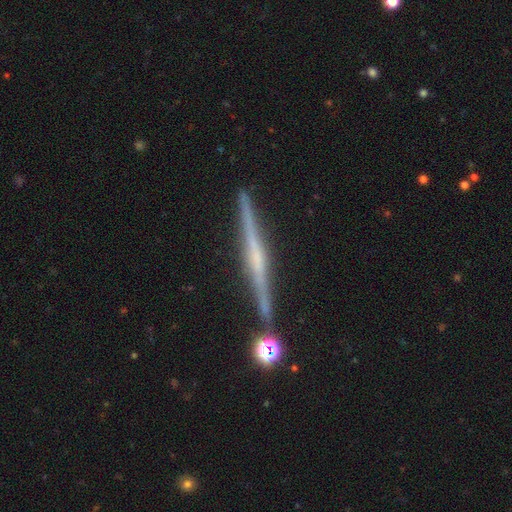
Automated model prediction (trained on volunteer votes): A featured or disk galaxy (80%) viewed edge-on (98%) with a rounded central bulge (43%).

Vote fractions:
- Smooth or featured? featured or disk: 80% / smooth: 14% / star or artifact: 7%
- Edge-on disk? yes: 98% / no: 2%
- Edge-on bulge? rounded: 43% / none: 41% / boxy: 16%
- Merging? none: 87% / minor disturbance: 7% / merger: 4% / major disturbance: 2%